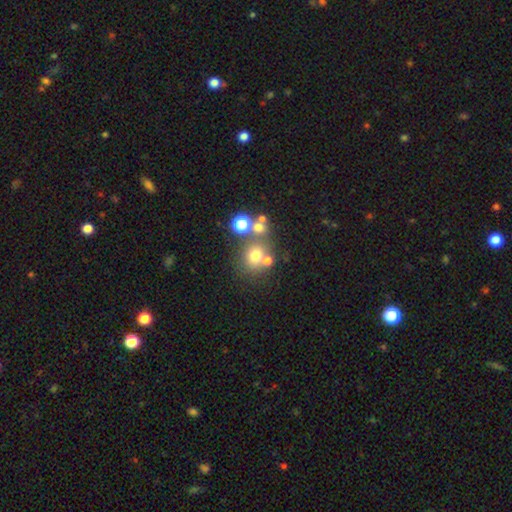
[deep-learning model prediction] Smooth or featured: smooth — 66% (star or artifact — 19%)
How rounded: round — 77% (in between — 22%)
Merging: none — 57% (merger — 27%)